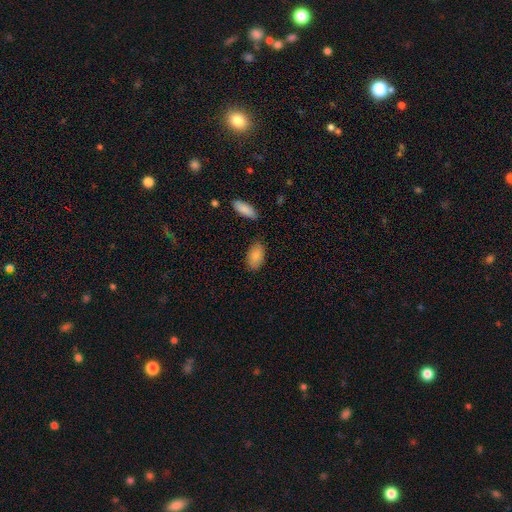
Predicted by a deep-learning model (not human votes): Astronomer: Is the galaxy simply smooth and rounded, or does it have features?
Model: smooth — 88%.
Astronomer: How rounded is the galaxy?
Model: in between — 94%.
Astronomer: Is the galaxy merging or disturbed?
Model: none — 80%.